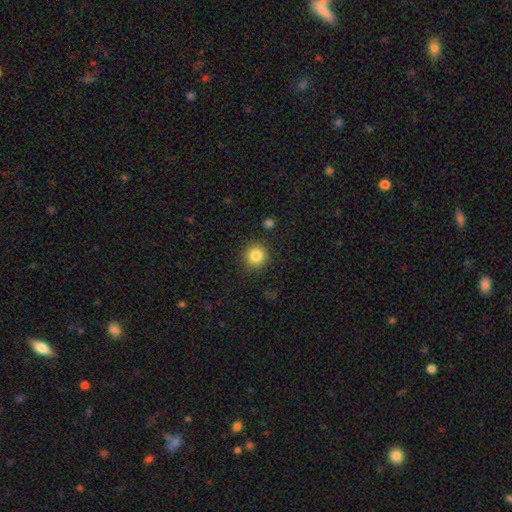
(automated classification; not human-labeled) Morphology: type=smooth (84%); roundness=round (93%); merging=none (89%).